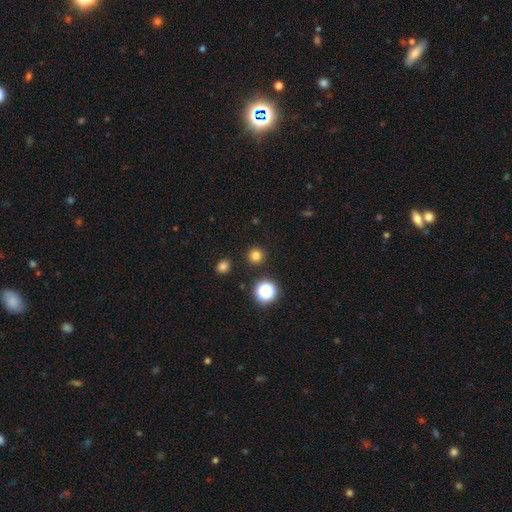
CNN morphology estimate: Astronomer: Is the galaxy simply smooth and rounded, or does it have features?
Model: smooth — 78%.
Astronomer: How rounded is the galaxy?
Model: round — 95%.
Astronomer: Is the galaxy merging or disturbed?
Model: none — 91%.